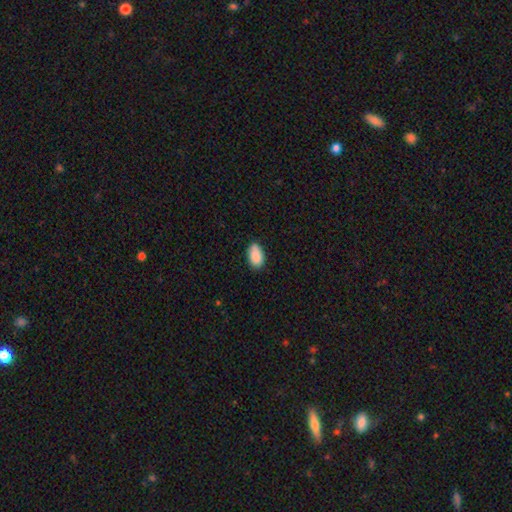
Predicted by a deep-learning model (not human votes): smooth 90%, star or artifact 7%, featured or disk 3%. Down the decision tree: how rounded — in between (94%); merging — none (84%).